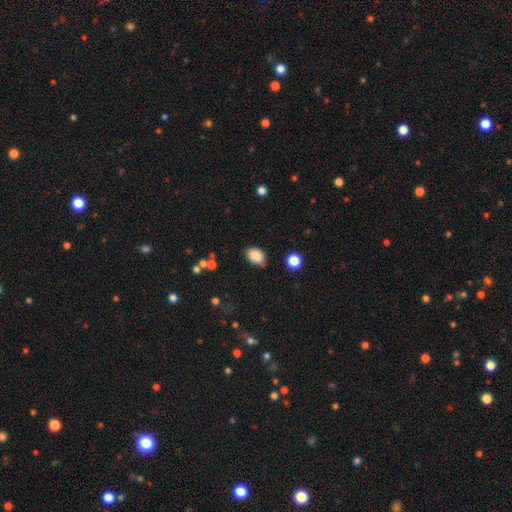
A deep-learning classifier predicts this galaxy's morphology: type=smooth (87%); roundness=in between (82%); merging=none (74%).